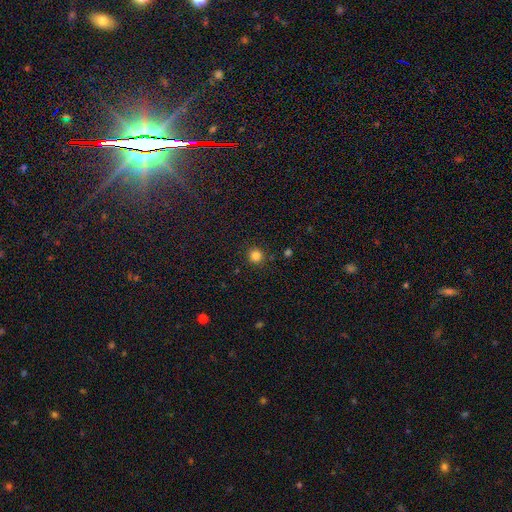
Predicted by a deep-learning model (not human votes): smooth_or_featured: smooth (p=0.83) [alt: star or artifact p=0.13]
how_rounded: round (p=0.92) [alt: in between p=0.07]
merging: none (p=0.89) [alt: minor disturbance p=0.07]